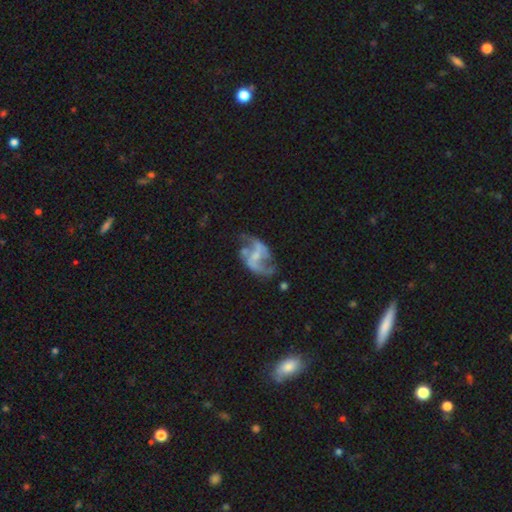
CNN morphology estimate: This is clearly a featured or disk galaxy (85%). It is clearly not viewed edge-on (98%). Bar: possibly weak (47%). Spiral arm pattern: clearly yes (91%). Spiral arm count: clearly 2 (89%). Spiral winding: possibly loose (60%). Central bulge: marginally small (40%). Merging: possibly none (55%).